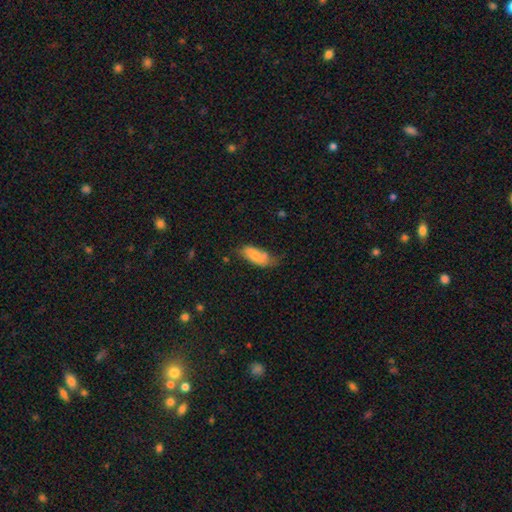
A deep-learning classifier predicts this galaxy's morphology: This appears to be a smooth galaxy with no disk features (72%) that is in between round and cigar-shaped (83%). Merging: none (45%).